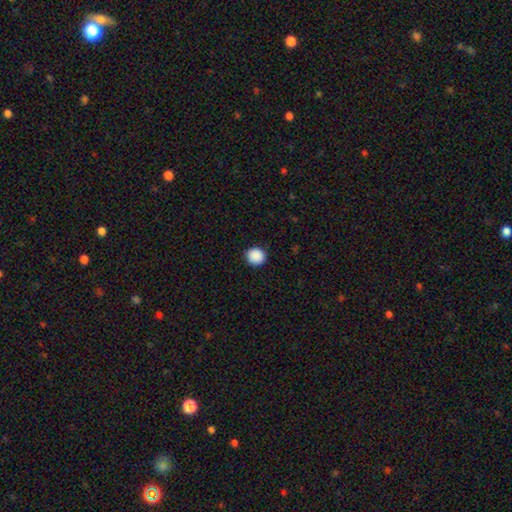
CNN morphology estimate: Smooth or featured? smooth (90%)
How rounded? round (93%)
Merging? none (92%)